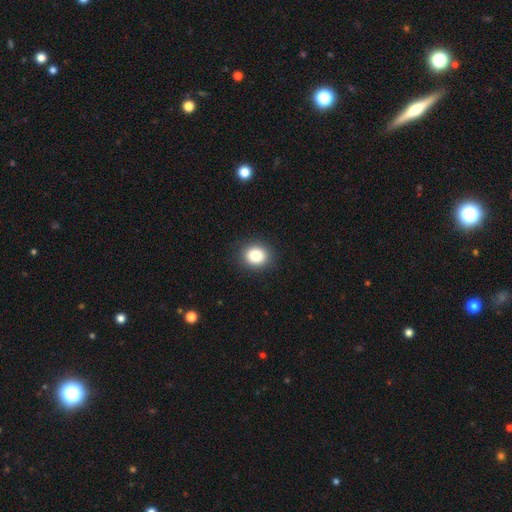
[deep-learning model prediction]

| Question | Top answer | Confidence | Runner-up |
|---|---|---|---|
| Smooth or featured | smooth | 84% | star or artifact (10%) |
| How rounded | round | 71% | in between (28%) |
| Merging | none | 89% | minor disturbance (7%) |